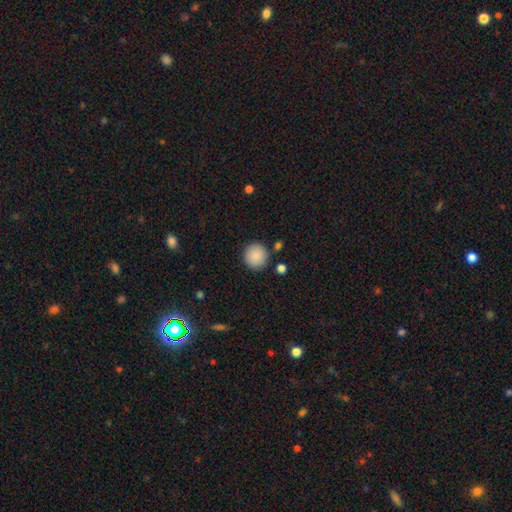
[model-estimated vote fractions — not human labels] Smooth or featured? Predicted: smooth (p=0.88). How rounded? Predicted: round (p=0.94). Merging? Predicted: none (p=0.88).